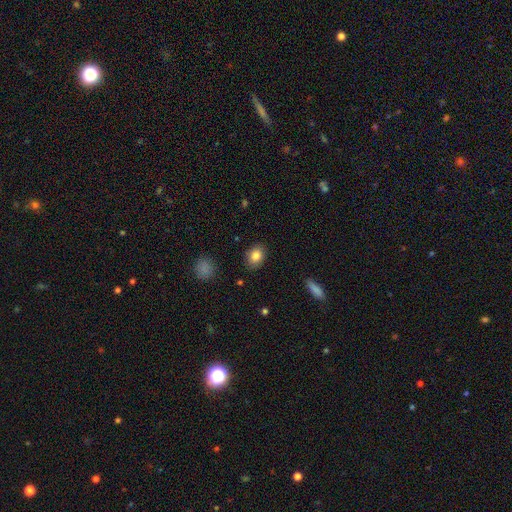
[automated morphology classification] A smooth galaxy with no disk features (83%) that is in between round and cigar-shaped (66%). Merging: none (86%).